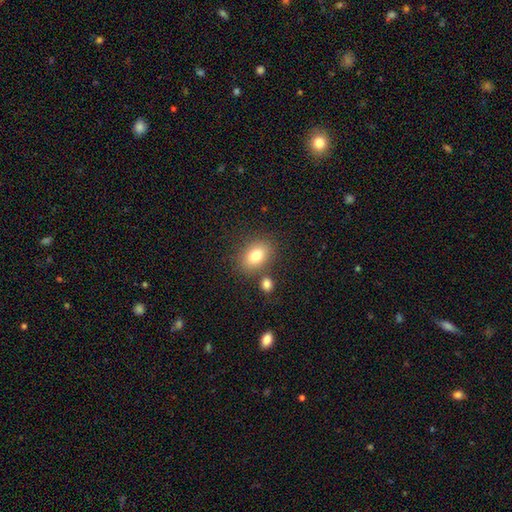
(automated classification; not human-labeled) Smooth or featured: smooth — 80% (featured or disk — 11%)
How rounded: in between — 76% (round — 23%)
Merging: none — 75% (minor disturbance — 11%)